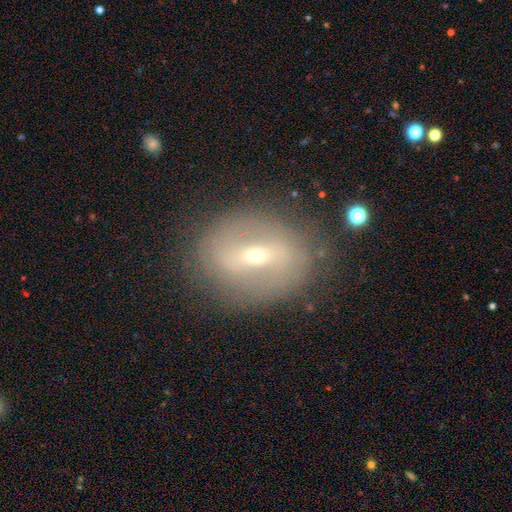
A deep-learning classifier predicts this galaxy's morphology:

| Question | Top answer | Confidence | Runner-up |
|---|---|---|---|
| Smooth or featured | featured or disk | 66% | smooth (24%) |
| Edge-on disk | no | 89% | yes (11%) |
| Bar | strong | 50% | weak (34%) |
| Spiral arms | no | 58% | yes (42%) |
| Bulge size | small | 63% | moderate (34%) |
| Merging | none | 82% | minor disturbance (12%) |